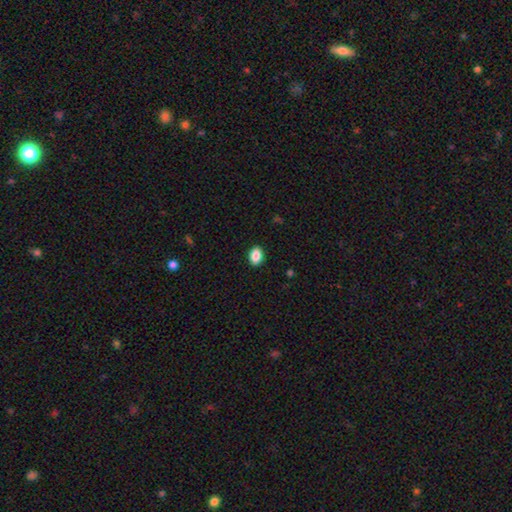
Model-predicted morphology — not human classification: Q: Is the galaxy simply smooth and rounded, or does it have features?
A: smooth — 88%.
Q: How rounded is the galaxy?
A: in between — 81%.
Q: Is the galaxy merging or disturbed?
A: none — 91%.